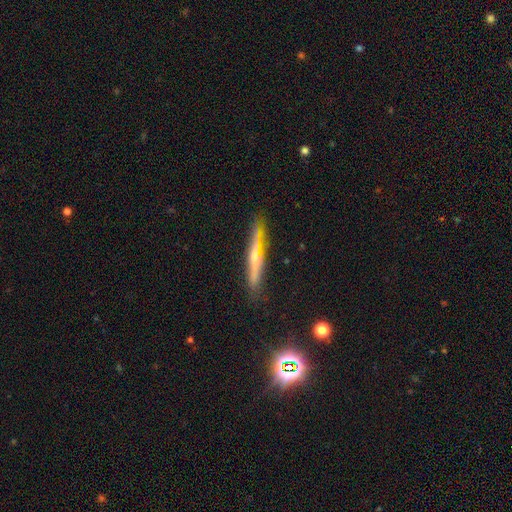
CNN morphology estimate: Q: Smooth or featured?
A: featured or disk (61%); runner-up: smooth (30%)
Q: Edge-on disk?
A: yes (95%); runner-up: no (5%)
Q: Edge-on bulge?
A: rounded (61%); runner-up: none (32%)
Q: Merging?
A: none (86%); runner-up: minor disturbance (10%)